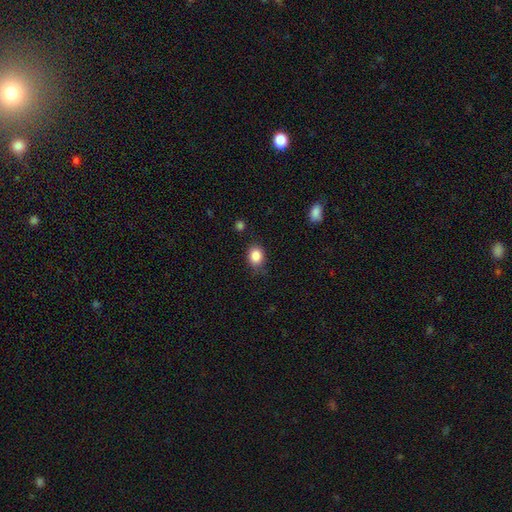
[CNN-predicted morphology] A smooth galaxy with no disk features (86%) that is round (51%). Merging: none (78%).